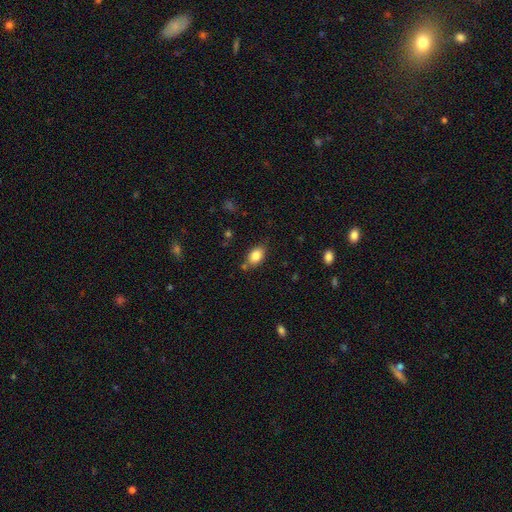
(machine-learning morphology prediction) This appears to be a smooth galaxy with no disk features (84%) that is in between round and cigar-shaped (84%). Merging: none (76%).